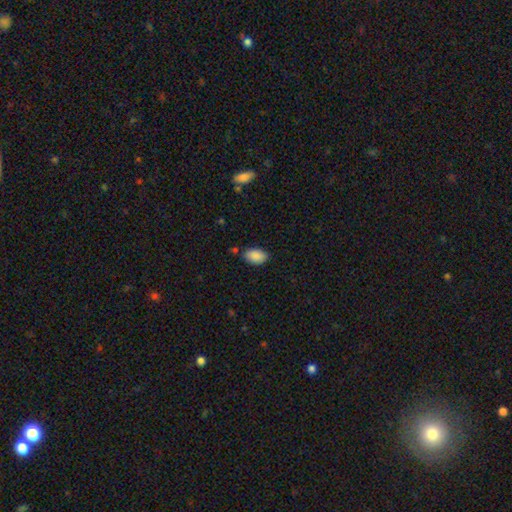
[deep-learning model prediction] This appears to be a smooth galaxy with no disk features (89%) that is in between round and cigar-shaped (93%). Merging: none (79%).